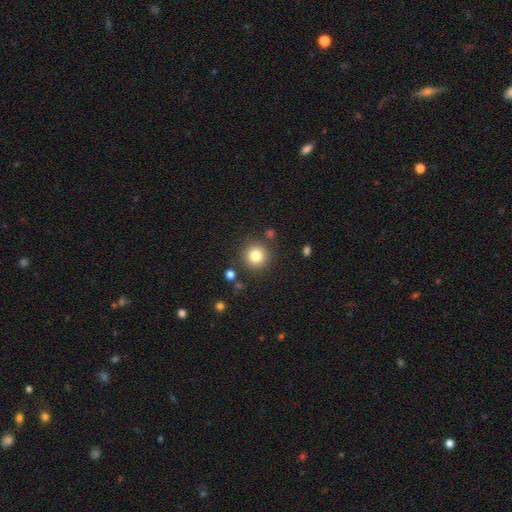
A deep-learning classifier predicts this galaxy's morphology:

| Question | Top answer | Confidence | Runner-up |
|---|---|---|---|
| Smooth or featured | smooth | 81% | star or artifact (12%) |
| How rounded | round | 94% | in between (5%) |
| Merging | none | 87% | minor disturbance (7%) |